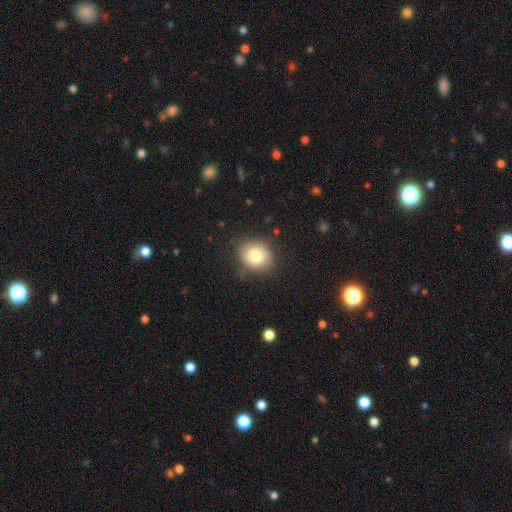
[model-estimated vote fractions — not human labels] Morphology: type=smooth (78%); roundness=round (70%); merging=none (79%).